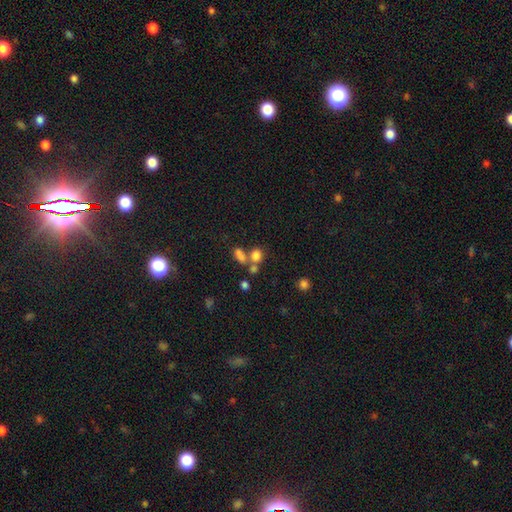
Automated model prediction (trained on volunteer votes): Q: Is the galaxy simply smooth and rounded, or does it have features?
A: smooth — 76%.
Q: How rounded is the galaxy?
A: round — 58%.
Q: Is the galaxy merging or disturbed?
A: none — 46%.